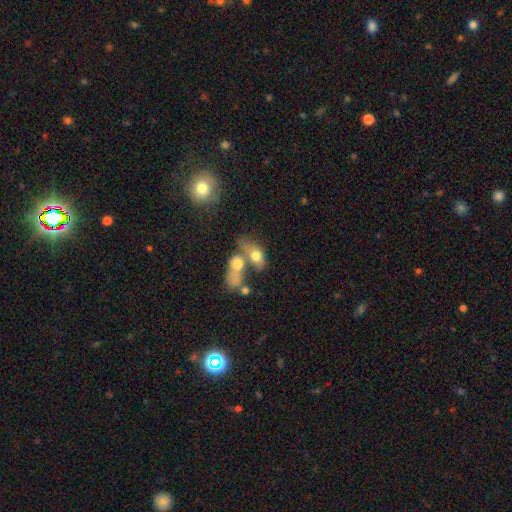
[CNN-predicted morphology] Overall: smooth (65%; featured or disk 26%). How rounded: in between (77%). Merging: merger (63%).